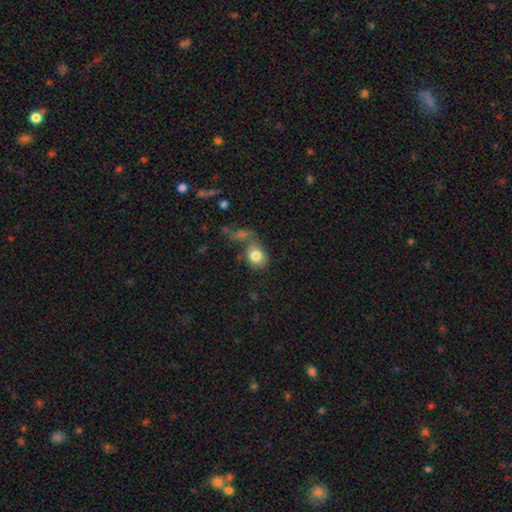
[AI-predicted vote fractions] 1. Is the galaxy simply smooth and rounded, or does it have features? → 82% smooth, 10% featured or disk, 8% star or artifact.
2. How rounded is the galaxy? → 51% round, 48% in between, 1% cigar-shaped.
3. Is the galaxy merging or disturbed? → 43% none, 30% merger, 16% minor disturbance, 11% major disturbance.